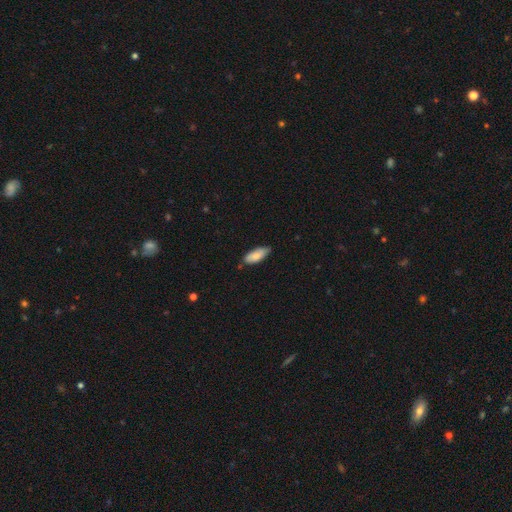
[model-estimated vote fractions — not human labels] This appears to be a smooth galaxy with no disk features (83%) that is in between round and cigar-shaped (77%). Merging: none (74%).